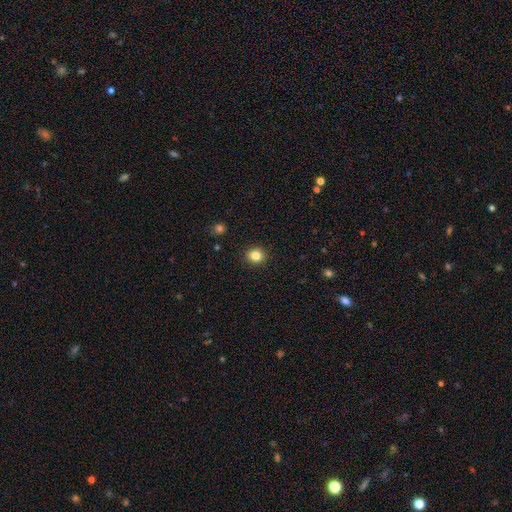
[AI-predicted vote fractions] Q: Smooth or featured?
A: smooth (83%); runner-up: star or artifact (11%)
Q: How rounded?
A: round (83%); runner-up: in between (16%)
Q: Merging?
A: none (92%); runner-up: minor disturbance (6%)